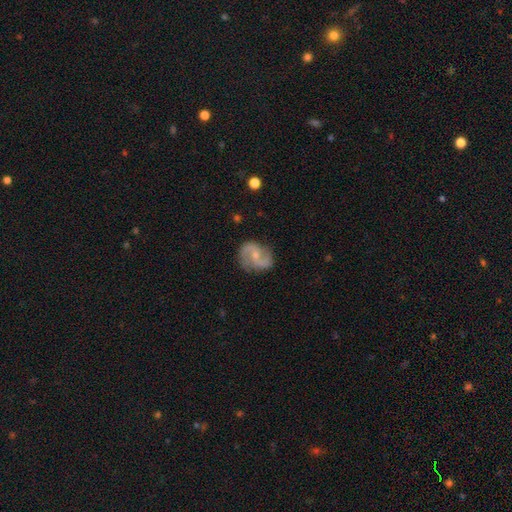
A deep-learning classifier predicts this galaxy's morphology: Overall: featured or disk (84%). Edge-on disk: no (98%). Bar: weak (45%; no 43%). Spiral arms: yes (96%). Spiral arm count: 2 (92%). Spiral winding: medium (49%; loose 38%). Bulge size: small (58%; moderate 35%). Merging: none (80%).